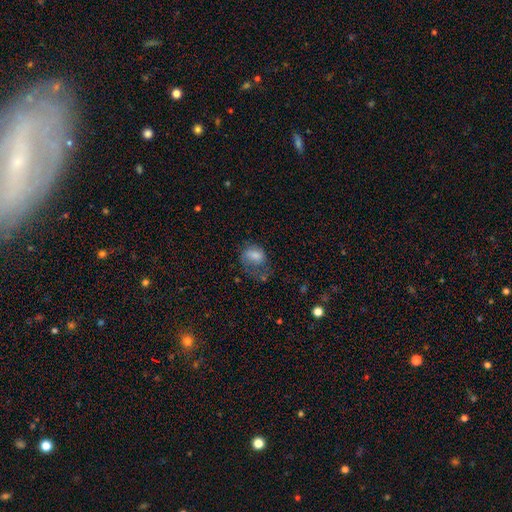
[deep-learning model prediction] Overall: smooth (63%; featured or disk 25%). How rounded: in between (66%; round 33%). Merging: major disturbance (40%; none 30%).